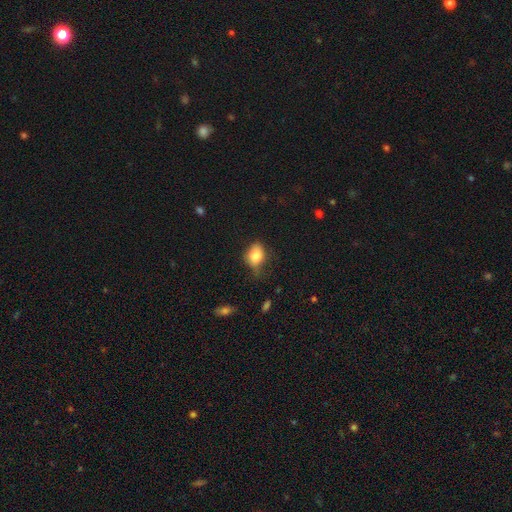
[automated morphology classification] Q: Smooth or featured?
A: smooth (81%); runner-up: featured or disk (9%)
Q: How rounded?
A: in between (64%); runner-up: round (35%)
Q: Merging?
A: none (49%); runner-up: minor disturbance (36%)